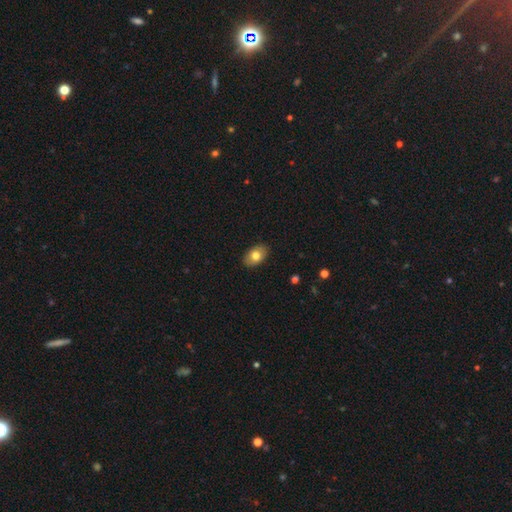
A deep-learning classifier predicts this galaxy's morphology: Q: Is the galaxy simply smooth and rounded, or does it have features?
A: smooth — 77%.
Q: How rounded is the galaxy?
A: in between — 88%.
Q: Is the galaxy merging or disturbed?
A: none — 88%.